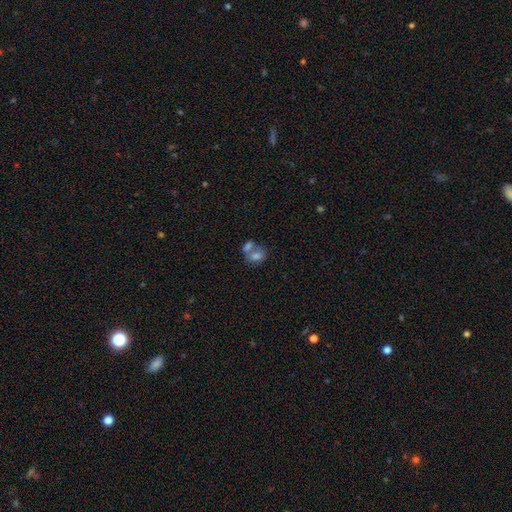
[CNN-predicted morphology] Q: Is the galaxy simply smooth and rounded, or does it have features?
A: smooth — 65%.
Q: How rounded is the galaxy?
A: in between — 61%.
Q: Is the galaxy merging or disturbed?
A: merger — 57%.